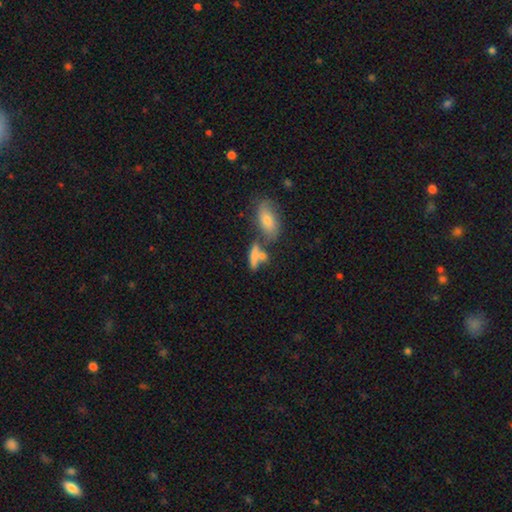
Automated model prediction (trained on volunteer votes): smooth 69%, featured or disk 21%, star or artifact 11%. Down the decision tree: how rounded — in between (51%); merging — none (40%).